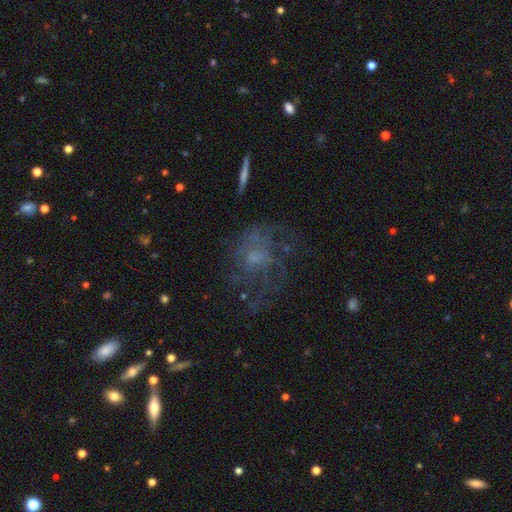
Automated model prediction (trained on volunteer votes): Smooth or featured? Predicted: featured or disk (p=0.60). Edge-on disk? Predicted: no (p=0.96). Bar? Predicted: no (p=0.75). Spiral arms? Predicted: yes (p=0.59). Bulge size? Predicted: small (p=0.38). Merging? Predicted: none (p=0.54).